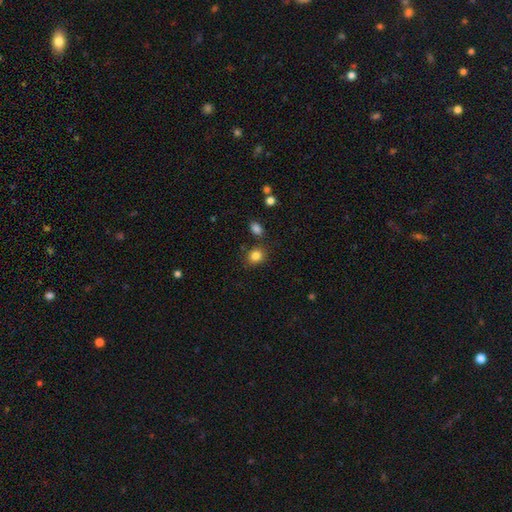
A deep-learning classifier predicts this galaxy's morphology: Smooth or featured? Predicted: smooth (p=0.84). How rounded? Predicted: round (p=0.68). Merging? Predicted: none (p=0.79).